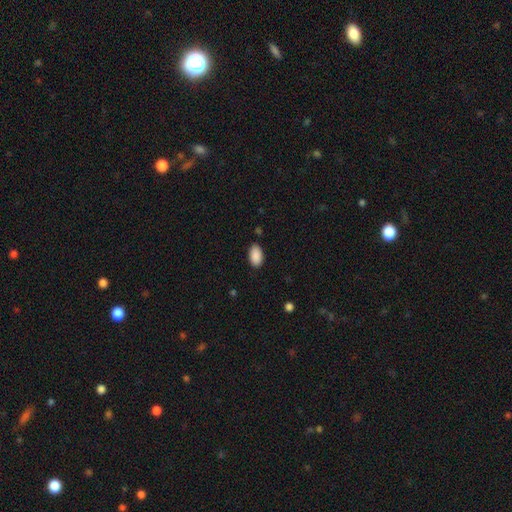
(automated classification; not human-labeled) smooth 90%, star or artifact 7%, featured or disk 3%. Down the decision tree: how rounded — in between (94%); merging — none (85%).